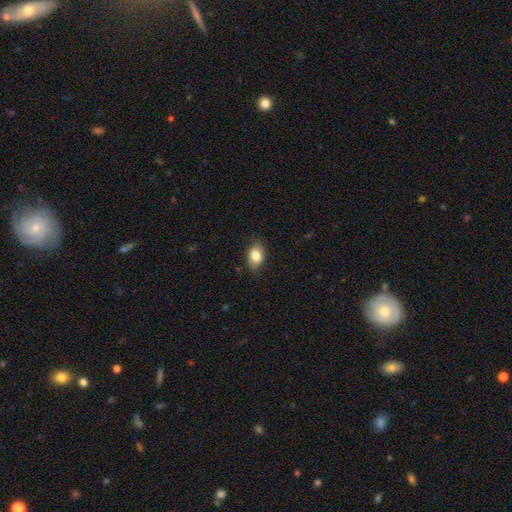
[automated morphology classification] smooth_or_featured: smooth (p=0.84) [alt: featured or disk p=0.08]
how_rounded: in between (p=0.84) [alt: round p=0.15]
merging: none (p=0.83) [alt: minor disturbance p=0.13]